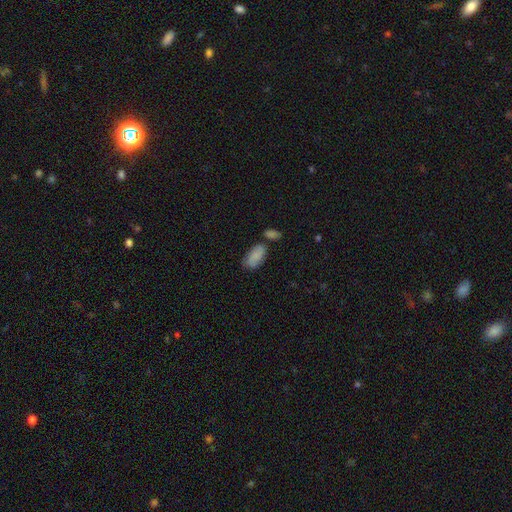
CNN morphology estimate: smooth-or-featured: smooth: 78% | featured or disk: 15% | star or artifact: 7%
  how-rounded: in between: 93% | cigar-shaped: 4% | round: 3%
  merging: none: 55% | minor disturbance: 22% | merger: 17% | major disturbance: 6%